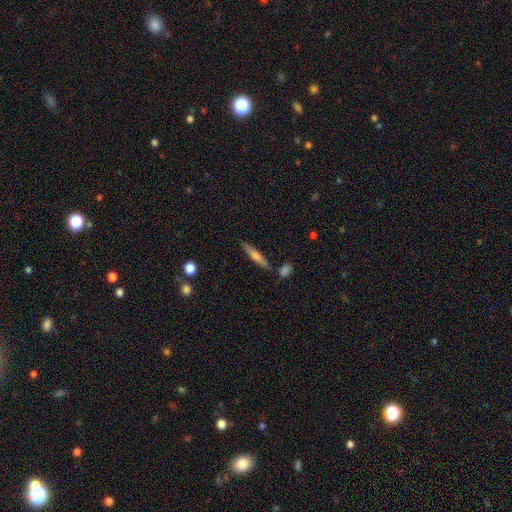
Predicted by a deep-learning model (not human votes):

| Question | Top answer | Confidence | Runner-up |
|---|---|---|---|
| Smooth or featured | featured or disk | 47% | smooth (46%) |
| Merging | none | 83% | minor disturbance (9%) |